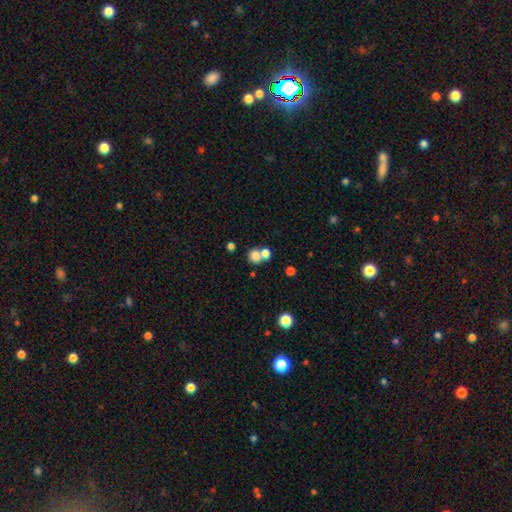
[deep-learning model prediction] Morphology: type=smooth (78%); roundness=round (77%); merging=merger (51%).